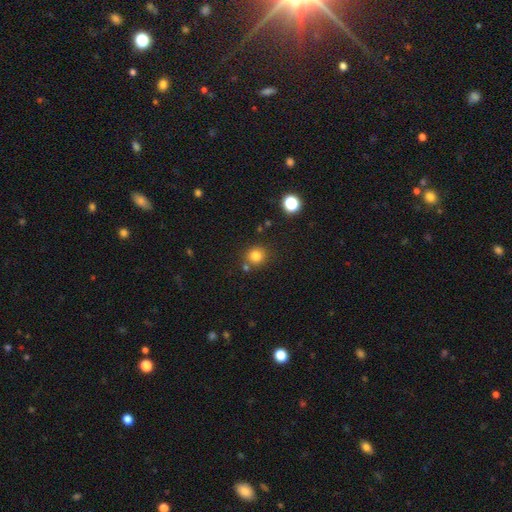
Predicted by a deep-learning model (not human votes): Overall: smooth (81%). How rounded: round (89%). Merging: none (78%).